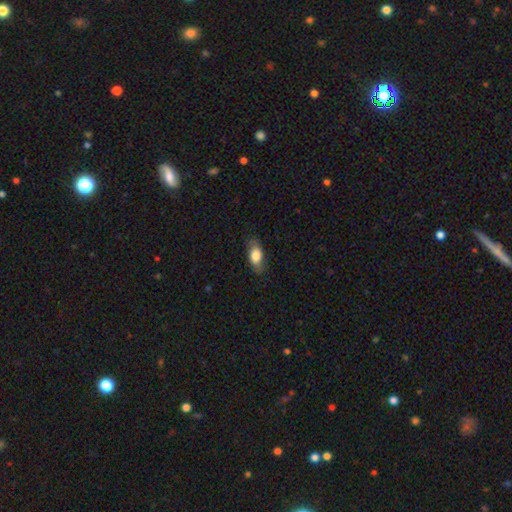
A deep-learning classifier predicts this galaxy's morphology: This is likely a smooth galaxy (77%). How rounded: clearly in between (86%). Merging: likely none (79%).